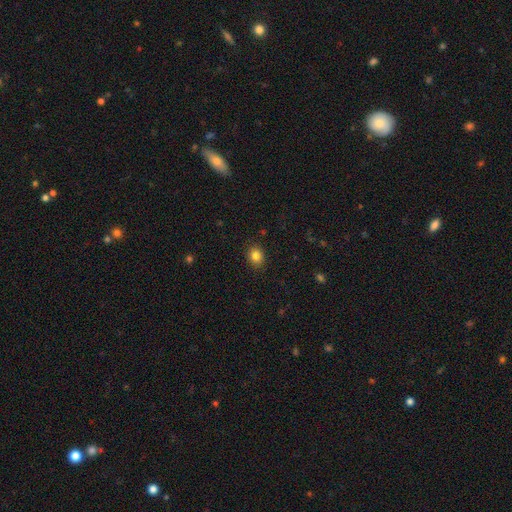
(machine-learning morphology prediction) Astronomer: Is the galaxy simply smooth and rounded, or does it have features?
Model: smooth — 84%.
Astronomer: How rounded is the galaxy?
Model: round — 62%.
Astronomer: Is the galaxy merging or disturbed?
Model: none — 88%.